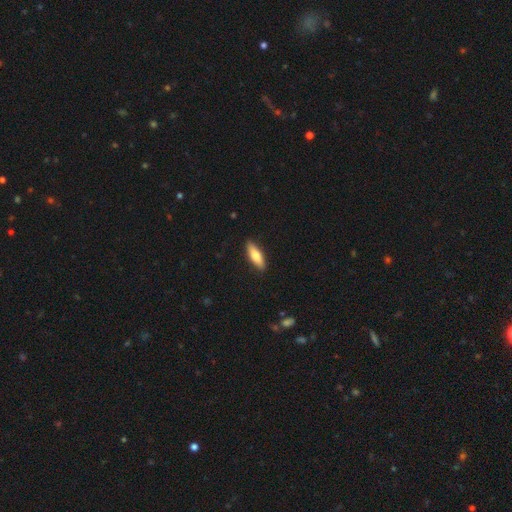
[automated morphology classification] The model was most divided on "how rounded": in between: 50%, cigar-shaped: 48%, round: 2%. More confident: merging — none (89%); smooth or featured — smooth (76%).